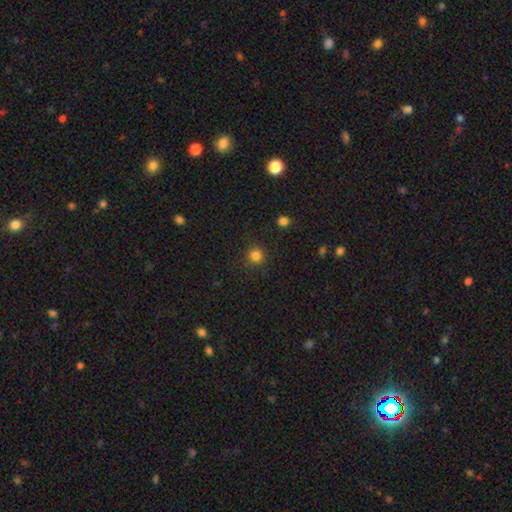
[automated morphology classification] A smooth galaxy with no disk features (83%) that is round (94%).

Vote fractions:
- Smooth or featured? smooth: 83% / star or artifact: 13% / featured or disk: 4%
- How rounded? round: 94% / in between: 5% / cigar-shaped: 1%
- Merging? none: 90% / minor disturbance: 6% / major disturbance: 2% / merger: 1%